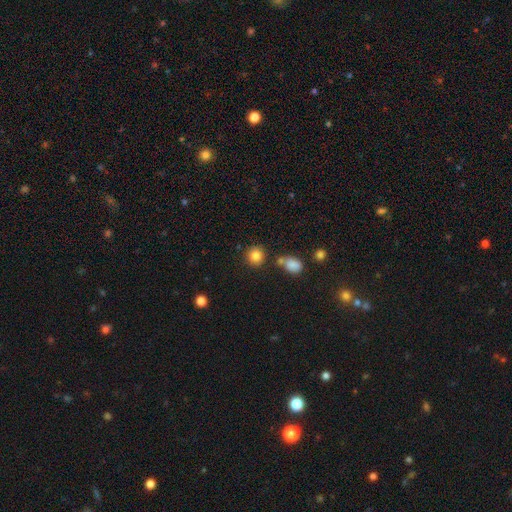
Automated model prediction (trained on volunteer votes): Smooth or featured? smooth (84%)
How rounded? round (89%)
Merging? none (78%)